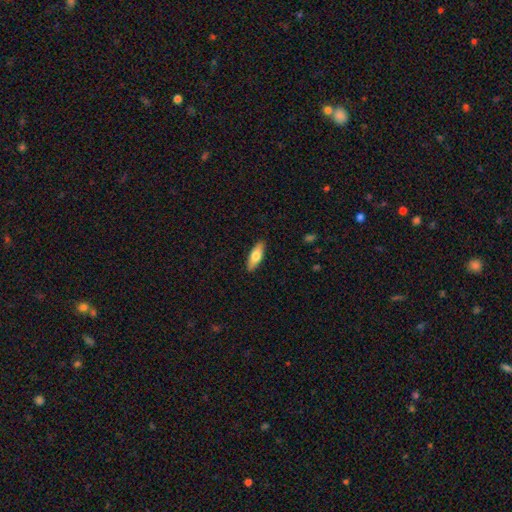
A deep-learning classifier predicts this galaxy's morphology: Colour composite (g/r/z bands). It shows a smooth galaxy with no disk features (72%) that is in between round and cigar-shaped (62%). Merging: none (89%).